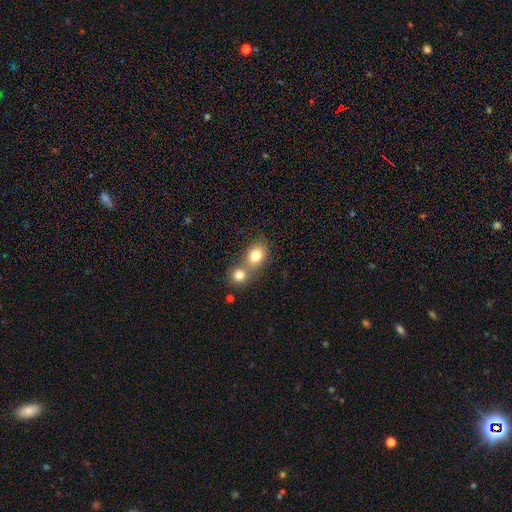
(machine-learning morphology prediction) Smooth or featured: smooth — 79% (featured or disk — 11%)
How rounded: round — 52% (in between — 46%)
Merging: merger — 54% (none — 36%)